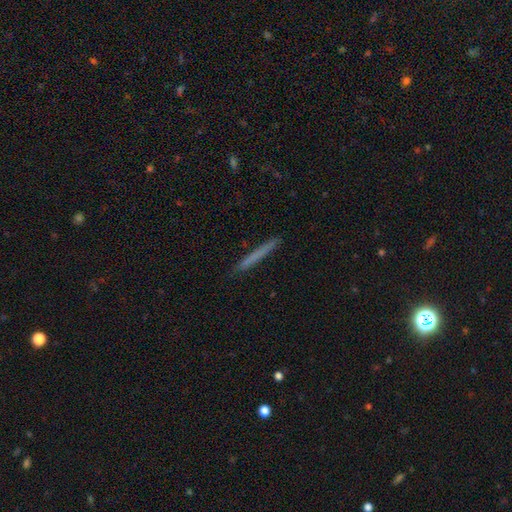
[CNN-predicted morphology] Smooth or featured?
  - smooth: 65% *
  - featured or disk: 28%
  - star or artifact: 7%
How rounded?
  - cigar-shaped: 97% *
  - in between: 2%
  - round: 1%
Merging?
  - none: 91% *
  - minor disturbance: 7%
  - major disturbance: 1%
  - merger: 1%